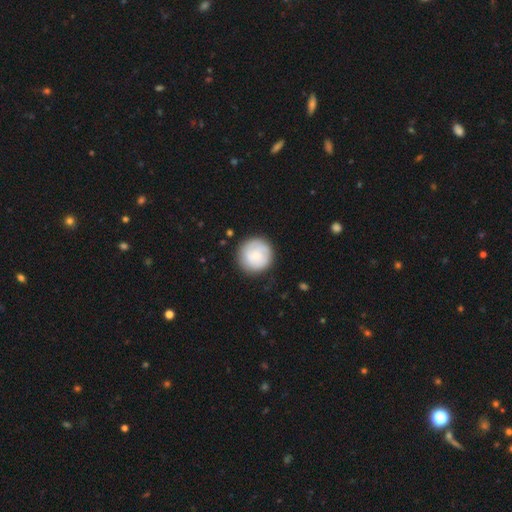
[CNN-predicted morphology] Smooth or featured? smooth (71%)
How rounded? round (95%)
Merging? none (84%)